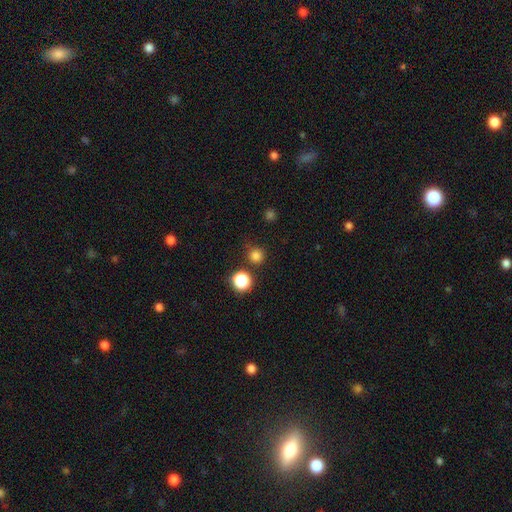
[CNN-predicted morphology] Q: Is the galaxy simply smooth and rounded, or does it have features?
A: smooth — 79%.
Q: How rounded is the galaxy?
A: round — 94%.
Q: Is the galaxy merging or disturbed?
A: none — 83%.